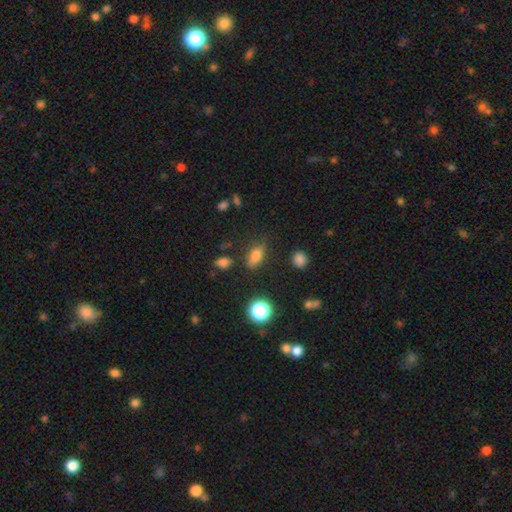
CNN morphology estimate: A smooth galaxy with no disk features (76%) that is in between round and cigar-shaped (79%). Merging: none (79%).